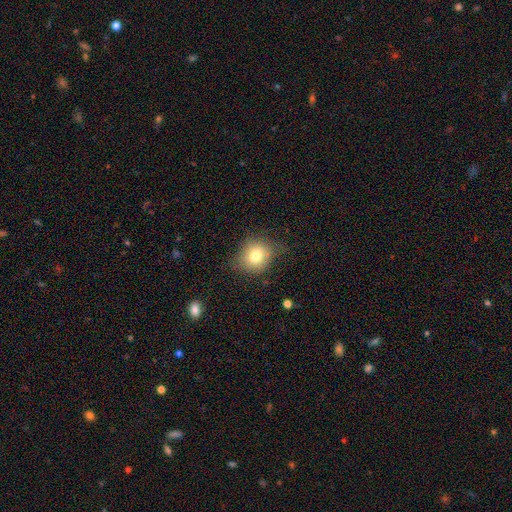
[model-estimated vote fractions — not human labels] Smooth or featured? smooth (76%)
How rounded? round (74%)
Merging? none (68%)